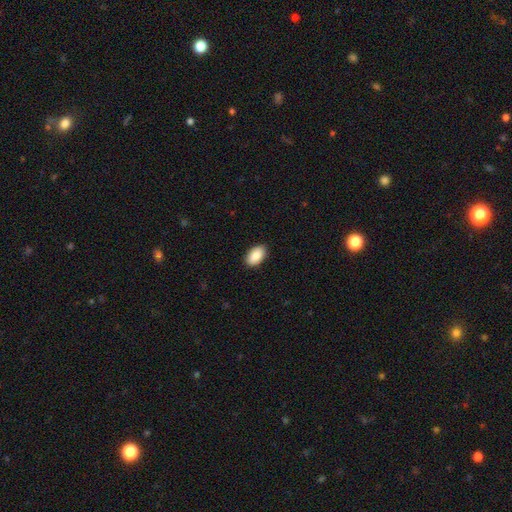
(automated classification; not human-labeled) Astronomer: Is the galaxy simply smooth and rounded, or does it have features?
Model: smooth — 88%.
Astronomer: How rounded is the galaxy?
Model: in between — 94%.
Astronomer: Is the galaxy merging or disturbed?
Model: none — 90%.